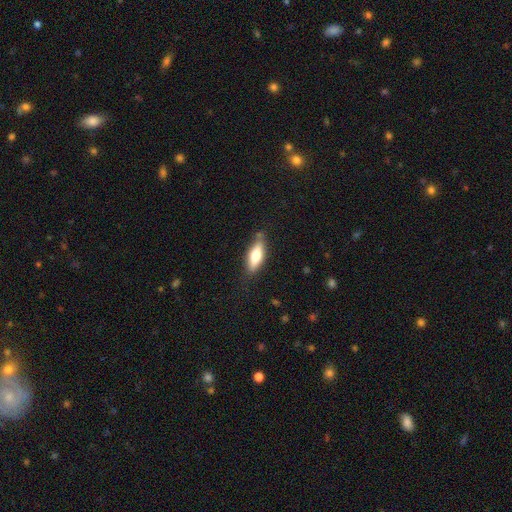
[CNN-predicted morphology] Smooth or featured?
  - smooth: 63% *
  - featured or disk: 31%
  - star or artifact: 6%
How rounded?
  - in between: 62% *
  - cigar-shaped: 36%
  - round: 2%
Merging?
  - none: 78% *
  - minor disturbance: 16%
  - major disturbance: 3%
  - merger: 2%